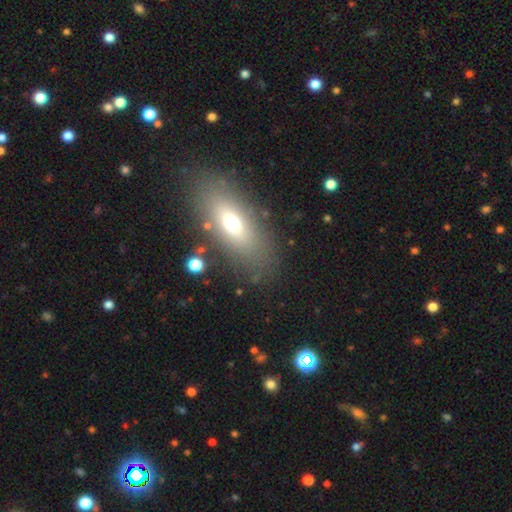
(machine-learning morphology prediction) A smooth galaxy with no disk features (56%) that is in between round and cigar-shaped (73%). Merging: none (83%).